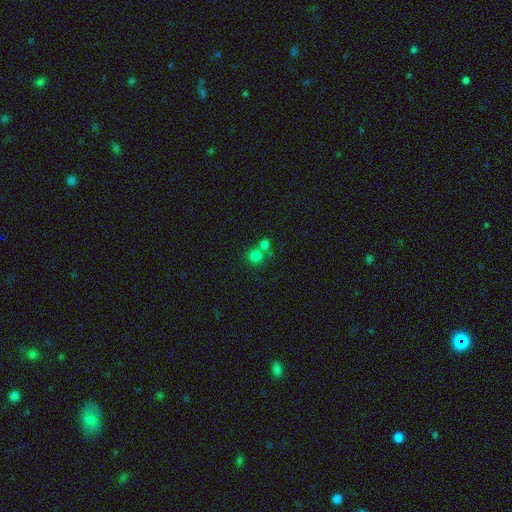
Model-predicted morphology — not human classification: Smooth or featured: smooth — 78% (star or artifact — 14%)
How rounded: round — 90% (in between — 9%)
Merging: none — 53% (merger — 37%)